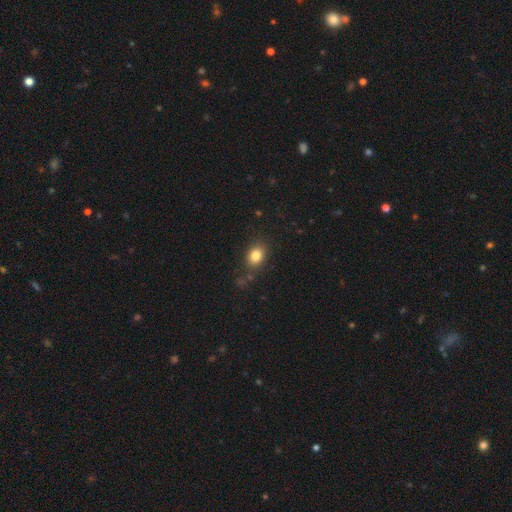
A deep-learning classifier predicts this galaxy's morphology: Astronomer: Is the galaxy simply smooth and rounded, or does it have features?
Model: smooth — 83%.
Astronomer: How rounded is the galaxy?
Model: in between — 63%.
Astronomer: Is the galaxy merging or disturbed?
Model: none — 78%.